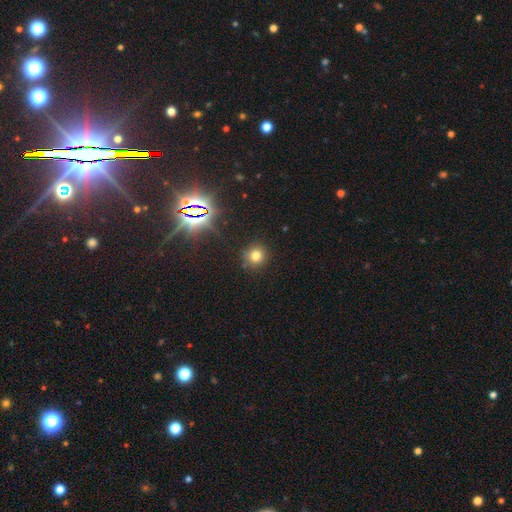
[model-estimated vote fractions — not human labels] smooth_or_featured: smooth (p=0.73) [alt: star or artifact p=0.20]
how_rounded: round (p=0.92) [alt: in between p=0.07]
merging: none (p=0.86) [alt: minor disturbance p=0.08]